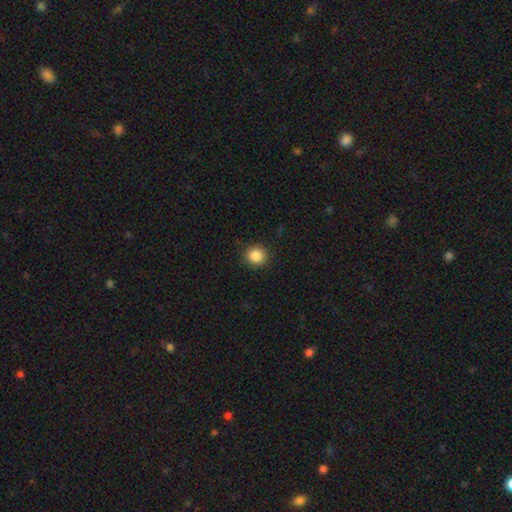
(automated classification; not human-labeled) Smooth or featured? Predicted: smooth (p=0.87). How rounded? Predicted: round (p=0.90). Merging? Predicted: none (p=0.91).